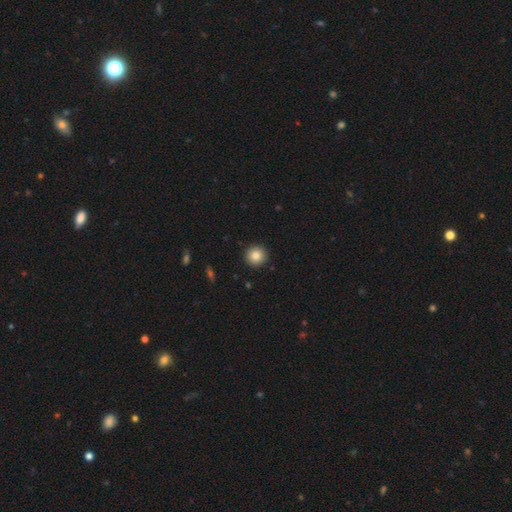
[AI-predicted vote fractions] Smooth or featured?
  - smooth: 86% *
  - star or artifact: 9%
  - featured or disk: 5%
How rounded?
  - round: 95% *
  - in between: 4%
  - cigar-shaped: 1%
Merging?
  - none: 93% *
  - minor disturbance: 5%
  - major disturbance: 1%
  - merger: 1%